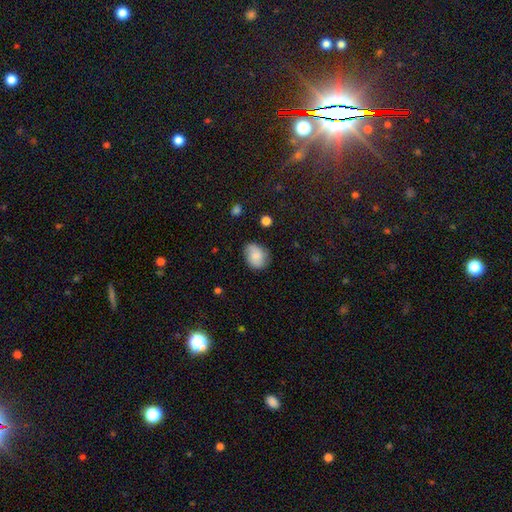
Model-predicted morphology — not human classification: The model was most divided on "how rounded": in between: 63%, round: 36%, cigar-shaped: 1%. More confident: smooth or featured — smooth (76%); merging — none (74%).